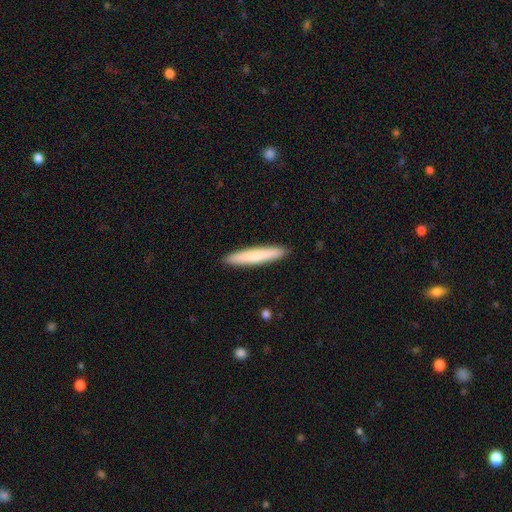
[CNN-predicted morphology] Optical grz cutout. It shows a smooth galaxy with no disk features (74%) that is cigar-shaped (94%). Merging: none (92%).